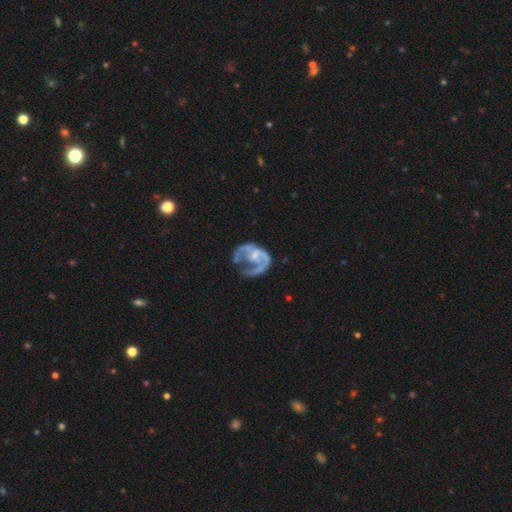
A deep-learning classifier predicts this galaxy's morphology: This appears to be a featured or disk galaxy (71%) with no bar (65%), spiral arms (54%) and a small central bulge (34%). Merging: major disturbance (46%).